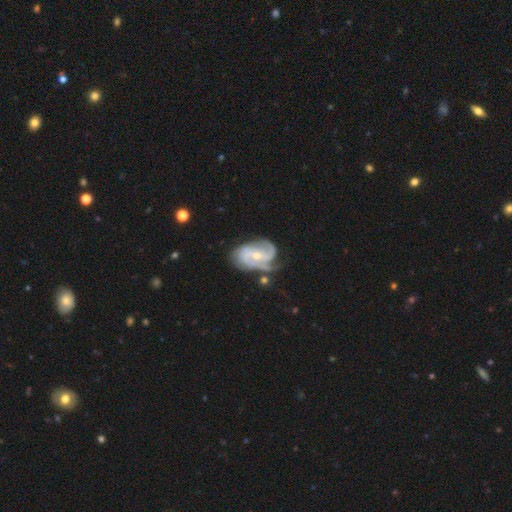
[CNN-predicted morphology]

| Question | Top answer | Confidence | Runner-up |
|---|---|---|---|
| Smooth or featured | featured or disk | 88% | smooth (8%) |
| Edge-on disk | no | 97% | yes (3%) |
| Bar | weak | 42% | no (39%) |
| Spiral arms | yes | 96% | no (4%) |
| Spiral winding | medium | 44% | tight (38%) |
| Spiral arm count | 2 | 37% | 3 (33%) |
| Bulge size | small | 61% | moderate (36%) |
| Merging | none | 53% | minor disturbance (26%) |